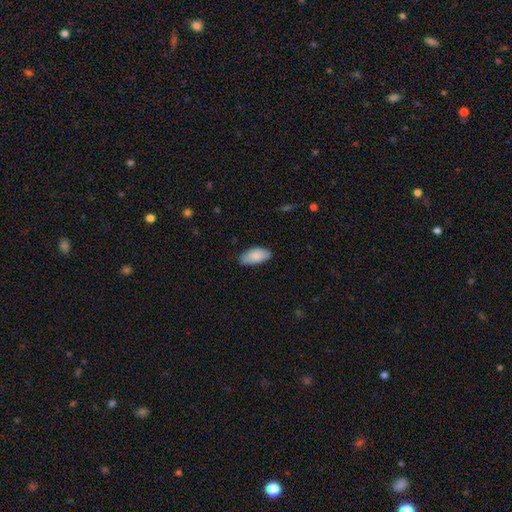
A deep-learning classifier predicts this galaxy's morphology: A smooth galaxy with no disk features (87%) that is in between round and cigar-shaped (92%).

Vote fractions:
- Smooth or featured? smooth: 87% / featured or disk: 7% / star or artifact: 6%
- How rounded? in between: 92% / cigar-shaped: 6% / round: 2%
- Merging? none: 78% / minor disturbance: 19% / major disturbance: 3% / merger: 1%